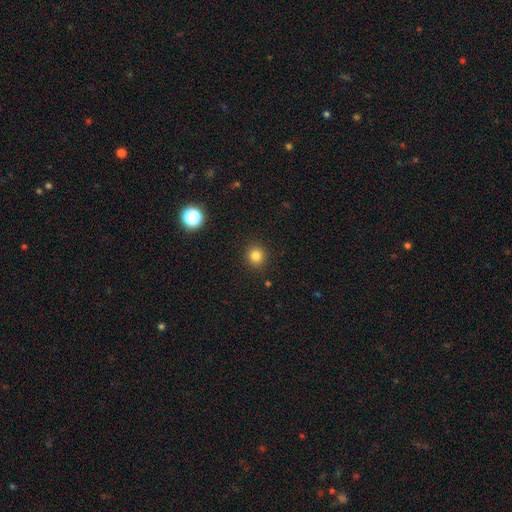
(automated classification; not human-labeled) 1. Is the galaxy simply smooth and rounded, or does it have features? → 82% smooth, 13% star or artifact, 5% featured or disk.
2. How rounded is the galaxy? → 91% round, 8% in between, 1% cigar-shaped.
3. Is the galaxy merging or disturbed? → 91% none, 6% minor disturbance, 2% major disturbance, 1% merger.